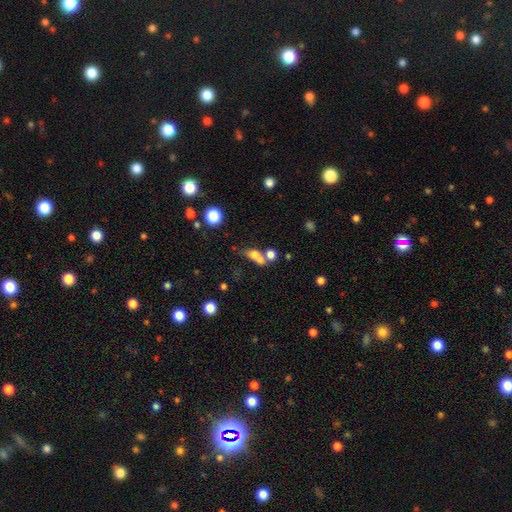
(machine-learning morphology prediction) A smooth galaxy with no disk features (64%) that is in between round and cigar-shaped (48%). Merging: merger (55%).